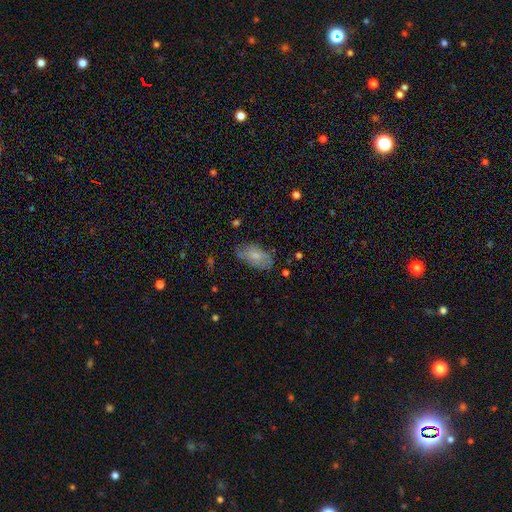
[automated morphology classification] A smooth galaxy with no disk features (72%) that is in between round and cigar-shaped (93%). Merging: none (67%).